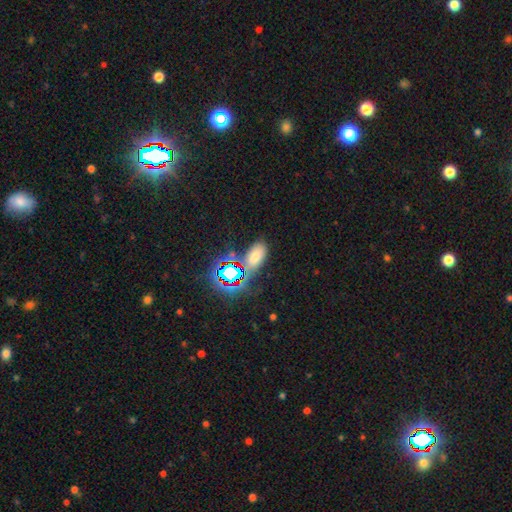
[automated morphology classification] Smooth or featured? Predicted: smooth (p=0.60). How rounded? Predicted: in between (p=0.88). Merging? Predicted: none (p=0.70).